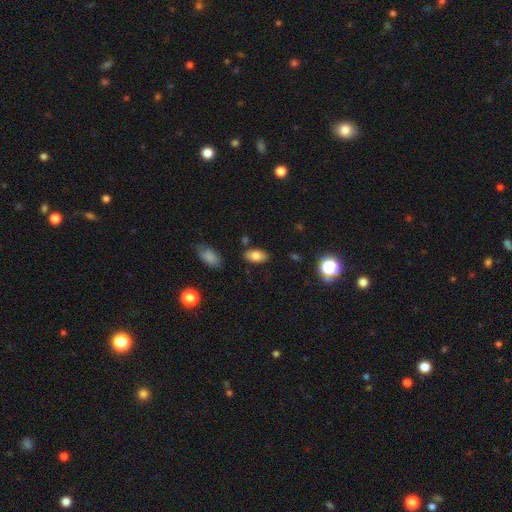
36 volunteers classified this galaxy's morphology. Smooth or featured? smooth (86%)
How rounded? in between (97%)
Merging? none (91%)